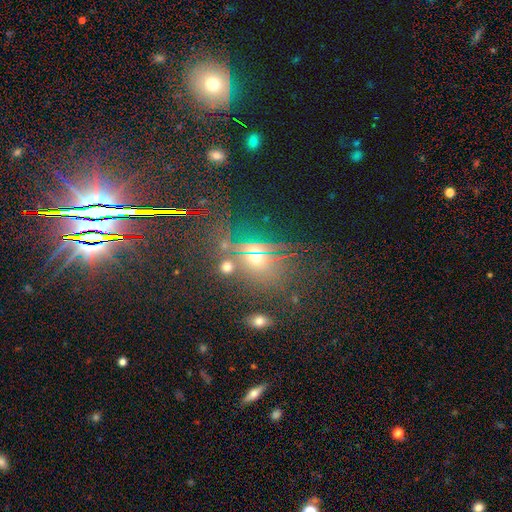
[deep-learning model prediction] smooth-or-featured: star or artifact: 43% | smooth: 42% | featured or disk: 15%